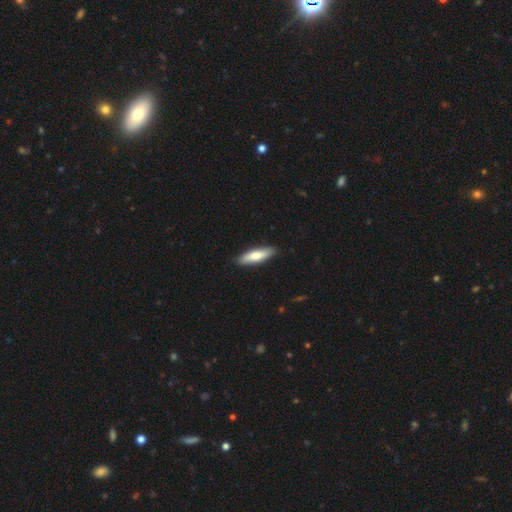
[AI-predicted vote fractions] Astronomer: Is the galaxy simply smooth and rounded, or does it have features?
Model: smooth — 70%.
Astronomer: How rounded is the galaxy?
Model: cigar-shaped — 65%.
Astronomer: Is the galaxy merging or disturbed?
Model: none — 89%.